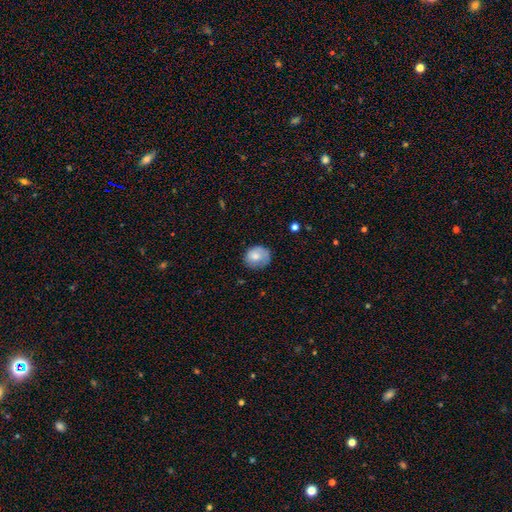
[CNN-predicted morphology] smooth_or_featured: smooth (p=0.75) [alt: featured or disk p=0.18]
how_rounded: round (p=0.68) [alt: in between p=0.31]
merging: none (p=0.66) [alt: minor disturbance p=0.24]